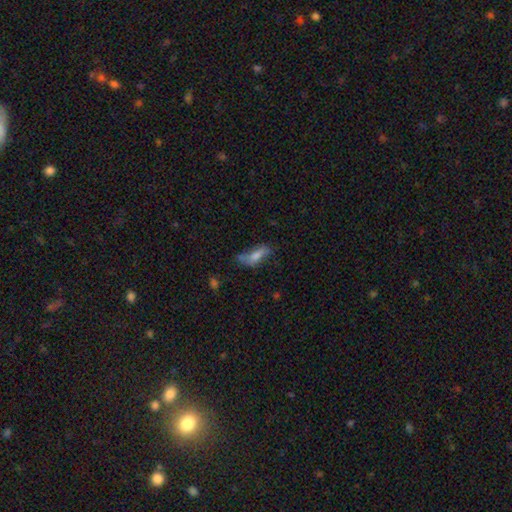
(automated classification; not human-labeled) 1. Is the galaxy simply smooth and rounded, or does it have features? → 66% smooth, 25% featured or disk, 9% star or artifact.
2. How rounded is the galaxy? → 67% in between, 30% cigar-shaped, 3% round.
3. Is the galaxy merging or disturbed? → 41% none, 32% minor disturbance, 19% major disturbance, 8% merger.